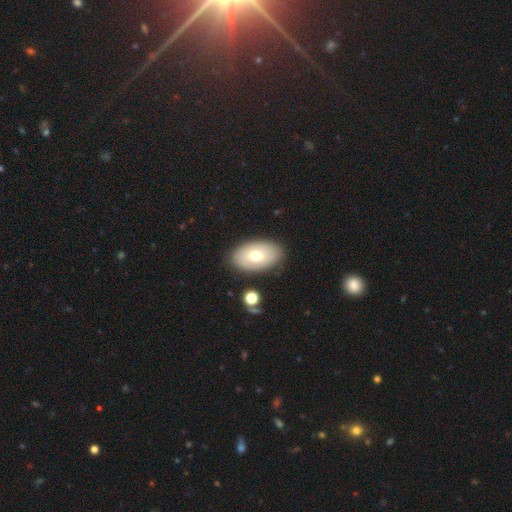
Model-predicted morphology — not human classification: Smooth or featured? smooth (67%)
How rounded? in between (93%)
Merging? none (85%)